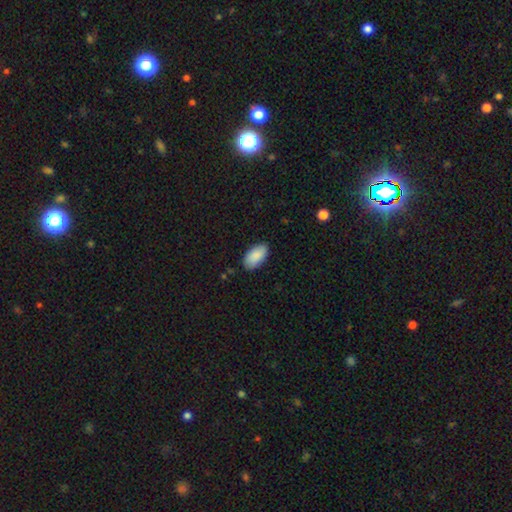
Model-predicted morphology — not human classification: This is clearly a smooth galaxy (89%). How rounded: clearly in between (96%). Merging: clearly none (86%).